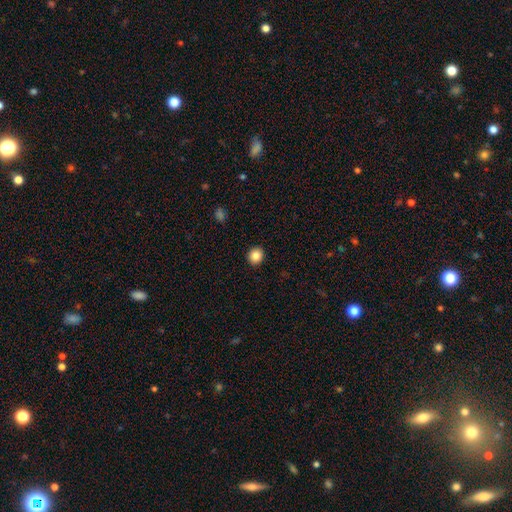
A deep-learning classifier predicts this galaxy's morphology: This is clearly a smooth galaxy (86%). How rounded: clearly round (84%). Merging: clearly none (92%).